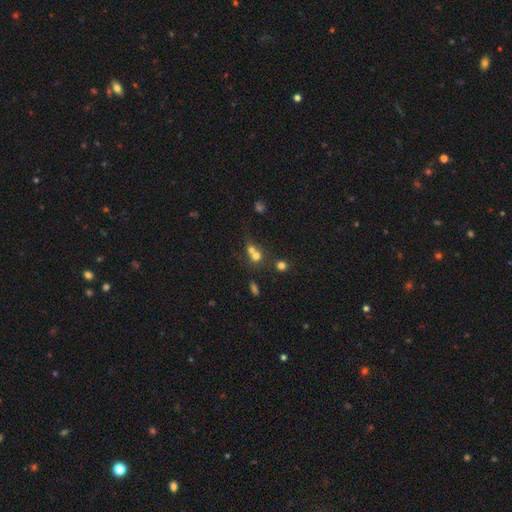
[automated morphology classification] smooth 66%, star or artifact 18%, featured or disk 16%. Down the decision tree: how rounded — round (76%); merging — merger (58%).